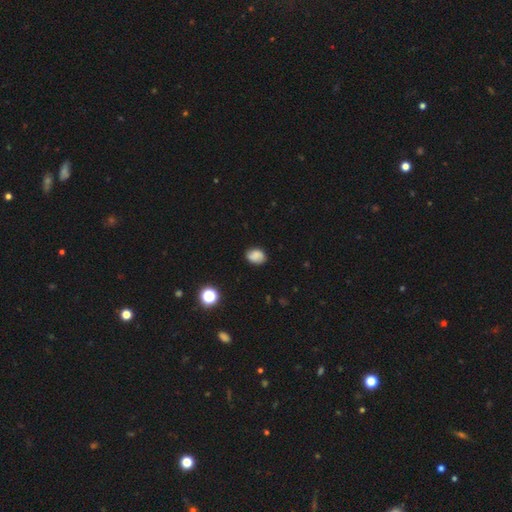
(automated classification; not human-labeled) Smooth or featured? Predicted: smooth (p=0.77). How rounded? Predicted: in between (p=0.65). Merging? Predicted: none (p=0.80).